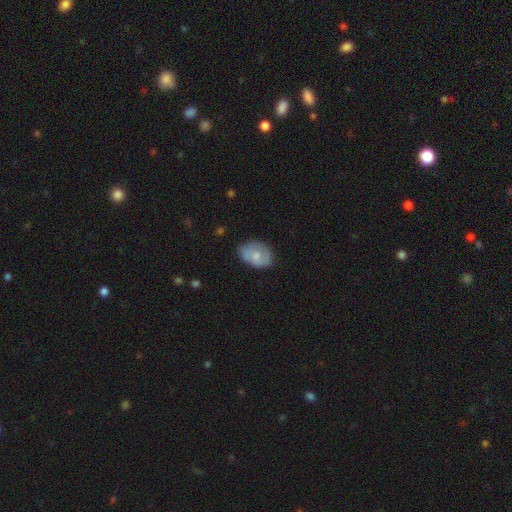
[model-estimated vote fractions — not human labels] Smooth or featured? smooth (55%)
How rounded? in between (71%)
Merging? none (59%)